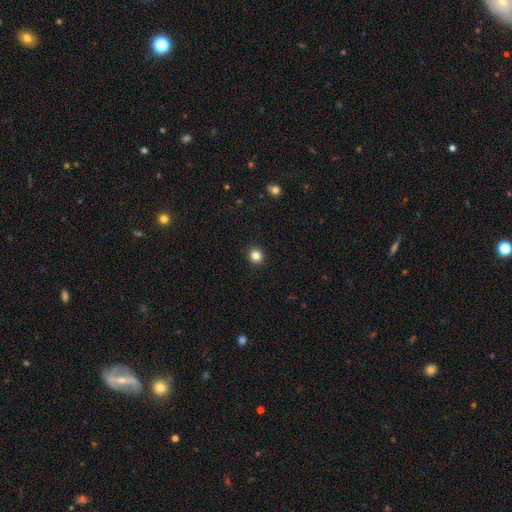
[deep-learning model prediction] The model was most divided on "smooth or featured": smooth: 84%, star or artifact: 12%, featured or disk: 5%. More confident: merging — none (93%); how rounded — round (90%).